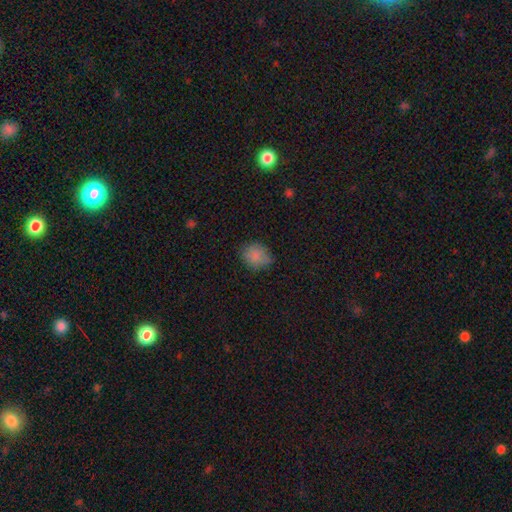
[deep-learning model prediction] Smooth or featured? Predicted: smooth (p=0.84). How rounded? Predicted: round (p=0.62). Merging? Predicted: none (p=0.71).